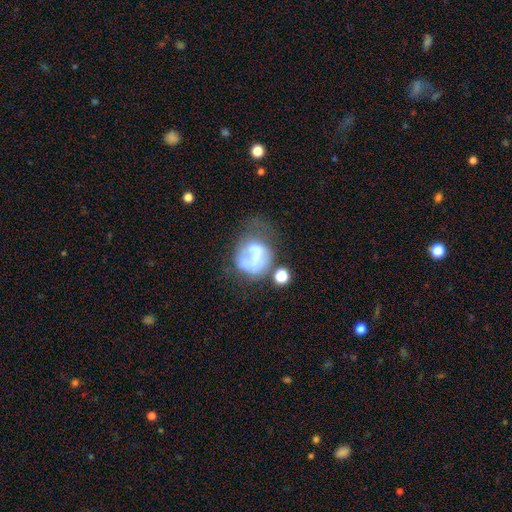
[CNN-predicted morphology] Smooth or featured? Predicted: featured or disk (p=0.48). Merging? Predicted: major disturbance (p=0.35).